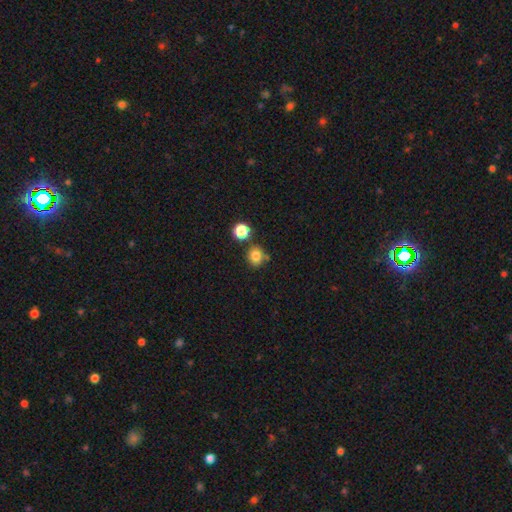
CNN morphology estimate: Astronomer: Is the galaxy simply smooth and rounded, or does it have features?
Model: smooth — 81%.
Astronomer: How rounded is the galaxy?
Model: round — 76%.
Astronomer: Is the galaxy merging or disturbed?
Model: none — 74%.